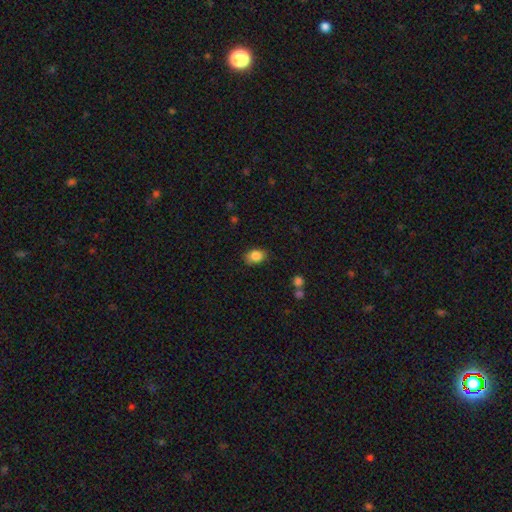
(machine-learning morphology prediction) smooth-or-featured: smooth: 85% | star or artifact: 8% | featured or disk: 6%
  how-rounded: in between: 76% | round: 23% | cigar-shaped: 1%
  merging: none: 81% | minor disturbance: 15% | major disturbance: 3% | merger: 2%